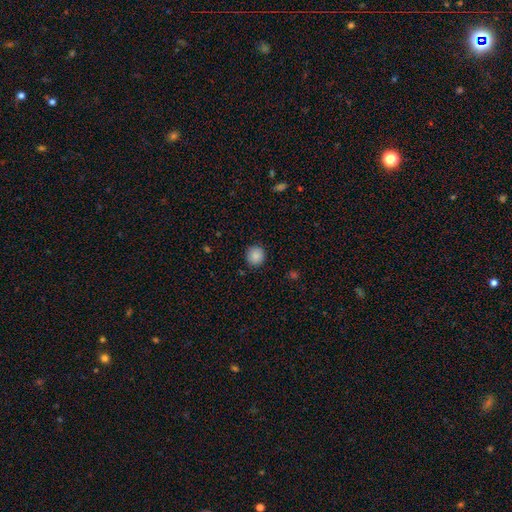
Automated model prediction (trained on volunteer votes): Smooth or featured? Predicted: smooth (p=0.87). How rounded? Predicted: round (p=0.89). Merging? Predicted: none (p=0.89).